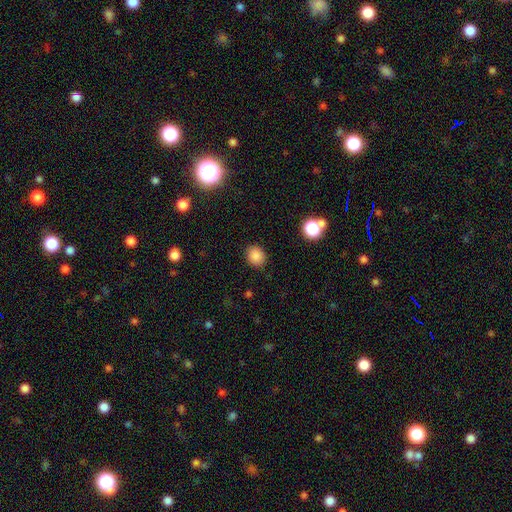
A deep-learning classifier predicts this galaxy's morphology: Smooth or featured?
  - smooth: 86% *
  - star or artifact: 11%
  - featured or disk: 4%
How rounded?
  - round: 71% *
  - in between: 28%
  - cigar-shaped: 1%
Merging?
  - none: 88% *
  - minor disturbance: 8%
  - major disturbance: 3%
  - merger: 1%